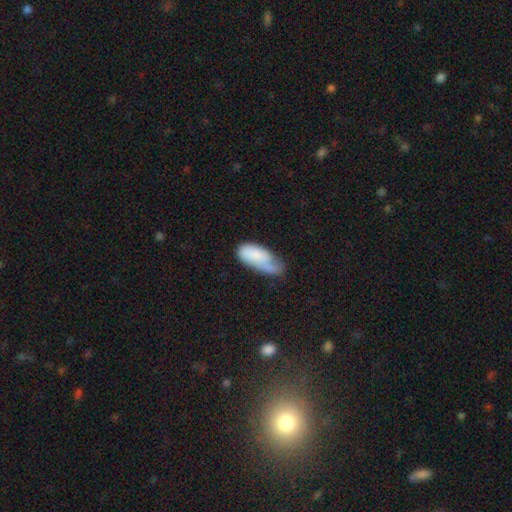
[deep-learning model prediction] Smooth or featured? Predicted: smooth (p=0.71). How rounded? Predicted: in between (p=0.88). Merging? Predicted: minor disturbance (p=0.37).